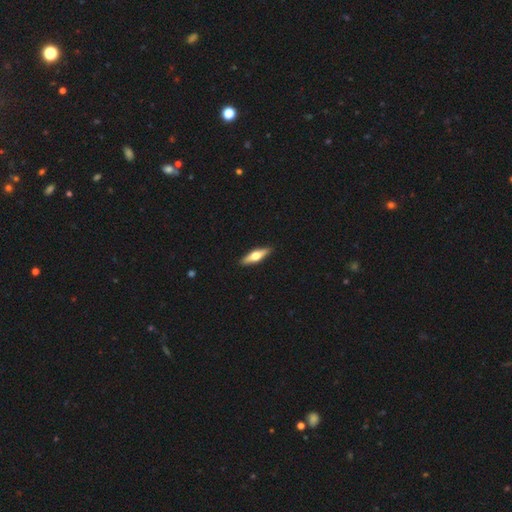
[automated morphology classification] smooth-or-featured: featured or disk: 53% | smooth: 42% | star or artifact: 5%
  disk-edge-on: yes: 93% | no: 7%
  merging: none: 91% | minor disturbance: 7% | major disturbance: 1% | merger: 1%